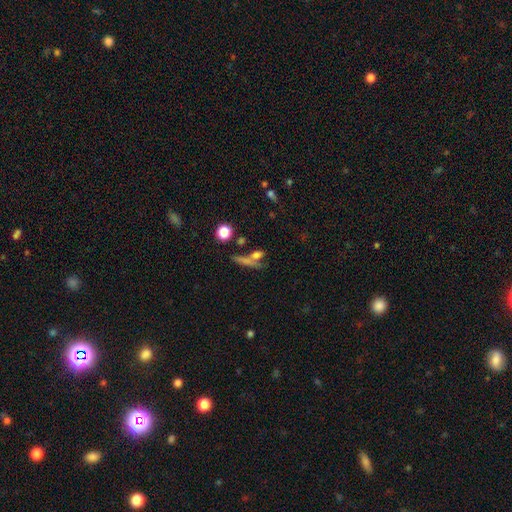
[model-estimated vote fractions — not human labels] Smooth or featured: smooth — 41% (star or artifact — 31%)
Merging: none — 52% (merger — 24%)